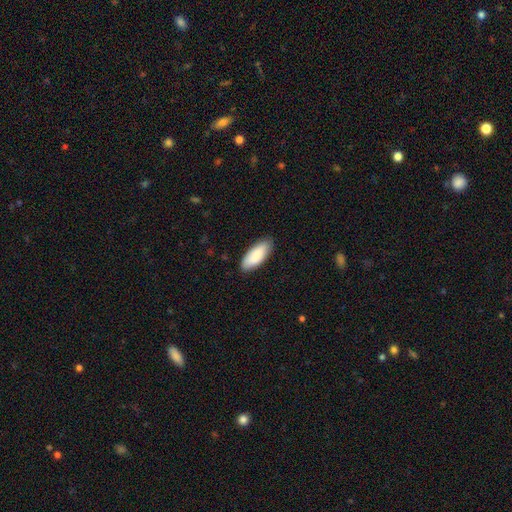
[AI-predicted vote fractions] Smooth or featured? Predicted: smooth (p=0.88). How rounded? Predicted: in between (p=0.81). Merging? Predicted: none (p=0.85).